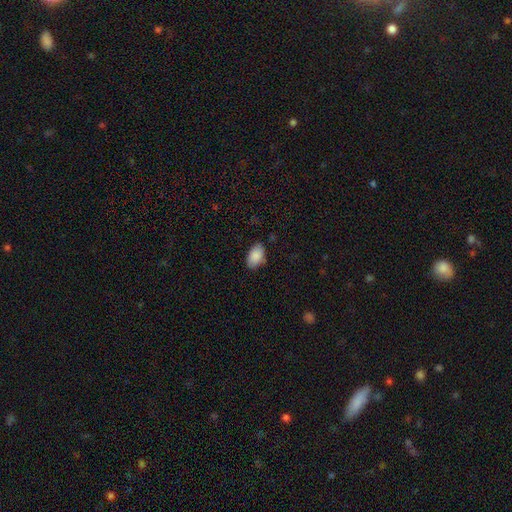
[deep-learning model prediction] This appears to be a smooth galaxy with no disk features (88%) that is in between round and cigar-shaped (92%). Merging: none (79%).